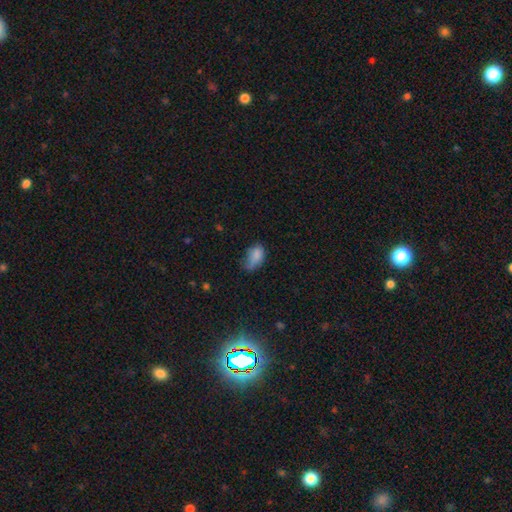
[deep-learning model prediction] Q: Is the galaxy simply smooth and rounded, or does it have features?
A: smooth — 78%.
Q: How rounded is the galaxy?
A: in between — 91%.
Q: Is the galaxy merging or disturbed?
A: minor disturbance — 39%.